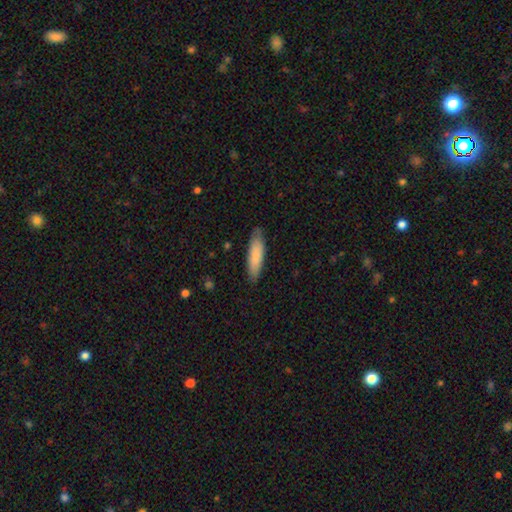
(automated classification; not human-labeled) Overall: smooth (84%). How rounded: cigar-shaped (64%; in between 35%). Merging: none (83%).